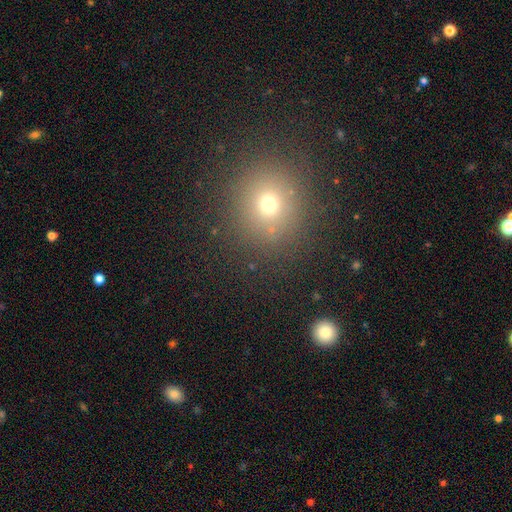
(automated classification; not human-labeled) Morphology: type=smooth (63%); roundness=round (88%); merging=none (91%).